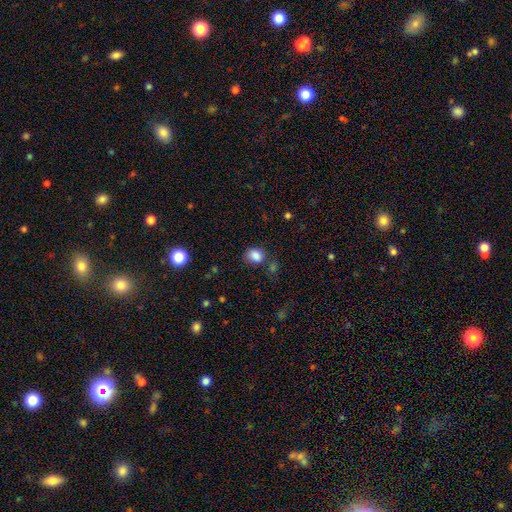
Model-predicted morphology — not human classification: smooth 84%, star or artifact 10%, featured or disk 5%. Down the decision tree: how rounded — in between (51%); merging — none (69%).